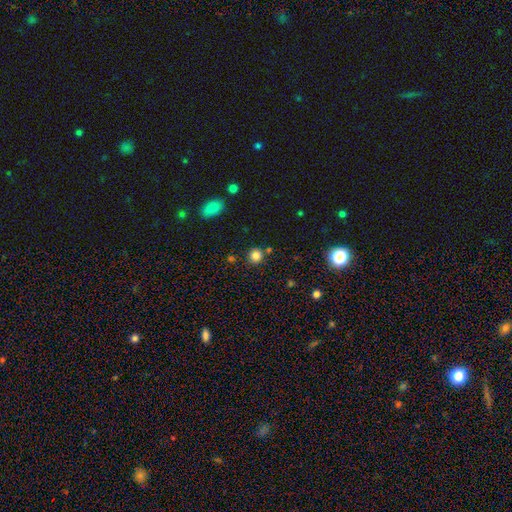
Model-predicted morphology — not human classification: smooth 82%, star or artifact 13%, featured or disk 5%. Down the decision tree: how rounded — round (91%); merging — none (82%).